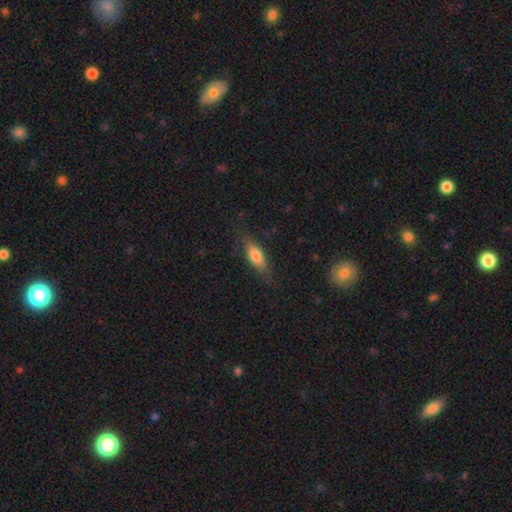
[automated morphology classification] A smooth galaxy with no disk features (70%) that is in between round and cigar-shaped (62%).

Vote fractions:
- Smooth or featured? smooth: 70% / featured or disk: 23% / star or artifact: 7%
- How rounded? in between: 62% / cigar-shaped: 35% / round: 3%
- Merging? none: 77% / minor disturbance: 17% / major disturbance: 5% / merger: 1%